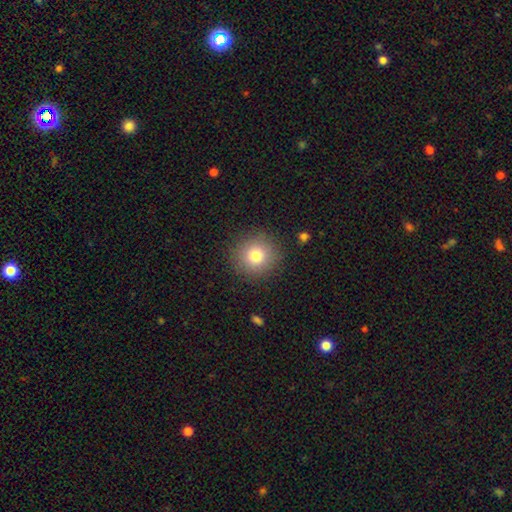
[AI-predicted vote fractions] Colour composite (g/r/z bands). It shows a smooth galaxy with no disk features (79%) that is round (92%). Merging: none (89%).